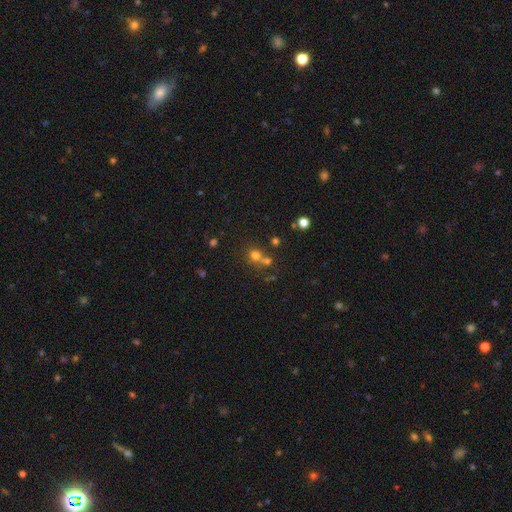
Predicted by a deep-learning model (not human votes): smooth_or_featured: smooth (p=0.65) [alt: star or artifact p=0.22]
how_rounded: round (p=0.83) [alt: in between p=0.16]
merging: none (p=0.48) [alt: merger p=0.40]